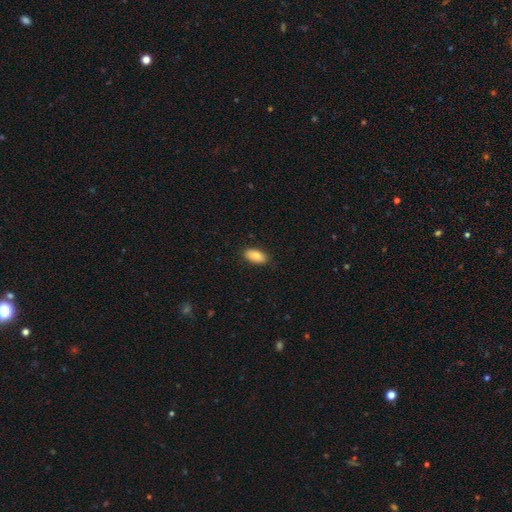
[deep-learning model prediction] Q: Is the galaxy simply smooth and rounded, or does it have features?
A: smooth — 84%.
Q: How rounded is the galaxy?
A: in between — 92%.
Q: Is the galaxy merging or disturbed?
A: none — 87%.